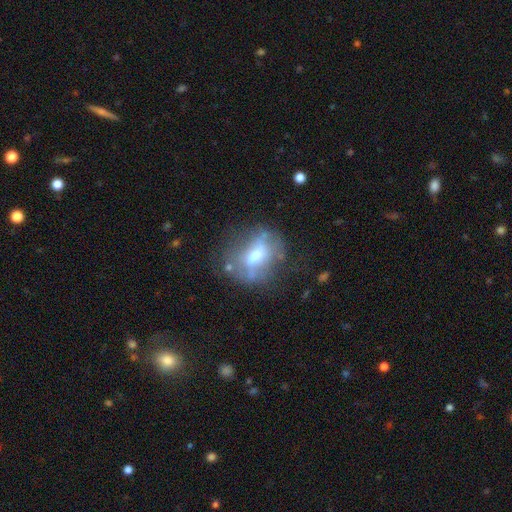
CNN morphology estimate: Overall: featured or disk (48%; smooth 41%). Merging: none (52%; minor disturbance 23%).